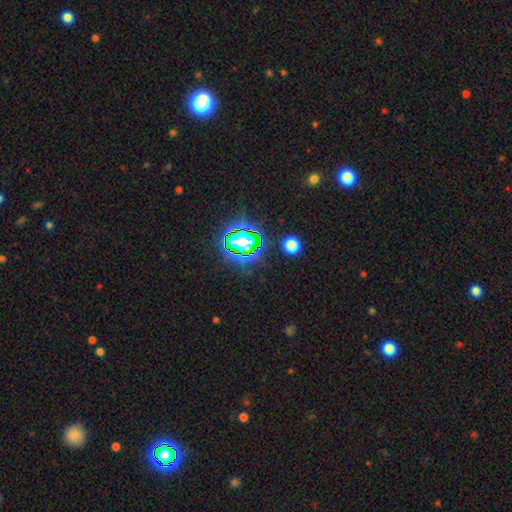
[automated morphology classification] The model was most divided on "smooth or featured": star or artifact: 81%, smooth: 12%, featured or disk: 7%.